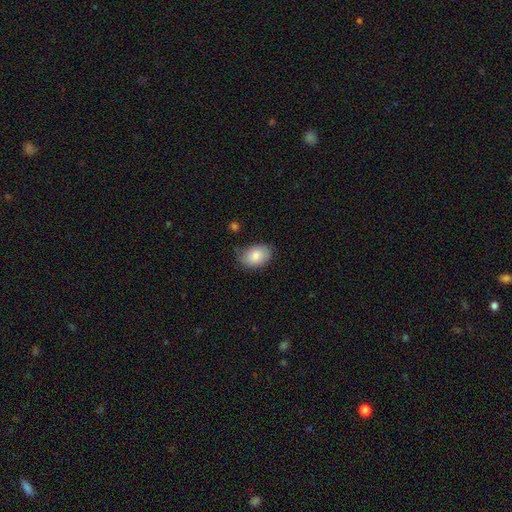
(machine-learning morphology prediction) type=smooth (84%); roundness=in between (85%); merging=none (70%).